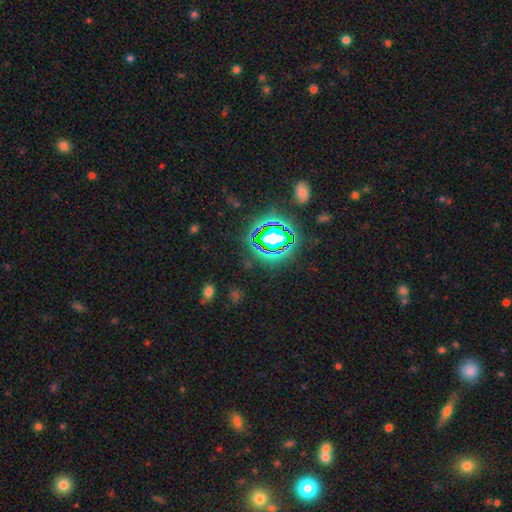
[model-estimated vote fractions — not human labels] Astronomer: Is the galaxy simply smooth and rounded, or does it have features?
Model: star or artifact — 80%.